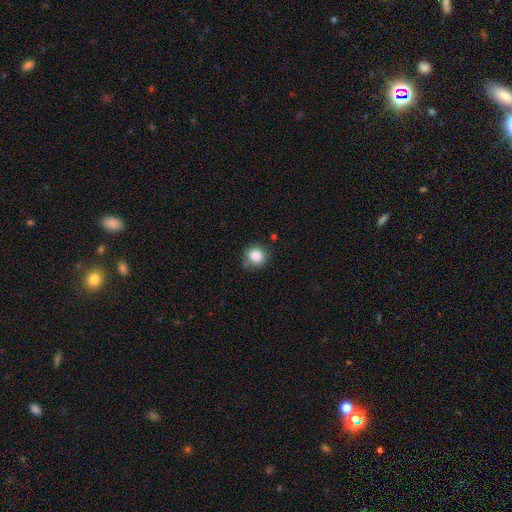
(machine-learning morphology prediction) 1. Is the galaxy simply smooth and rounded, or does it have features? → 85% smooth, 10% star or artifact, 5% featured or disk.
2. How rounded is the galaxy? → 91% round, 8% in between, 1% cigar-shaped.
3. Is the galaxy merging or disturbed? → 78% none, 14% minor disturbance, 4% merger, 3% major disturbance.